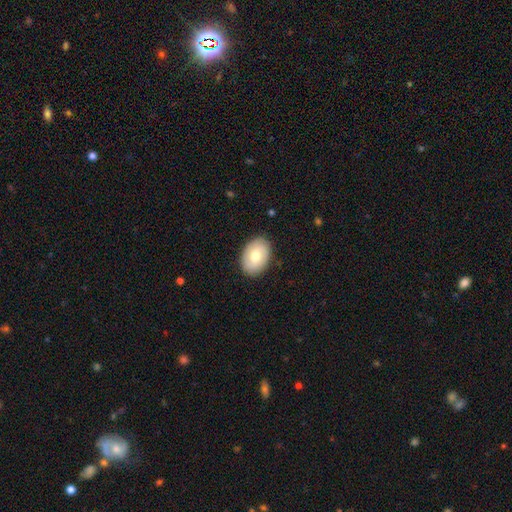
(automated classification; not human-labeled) Smooth or featured? Predicted: smooth (p=0.70). How rounded? Predicted: in between (p=0.83). Merging? Predicted: none (p=0.87).